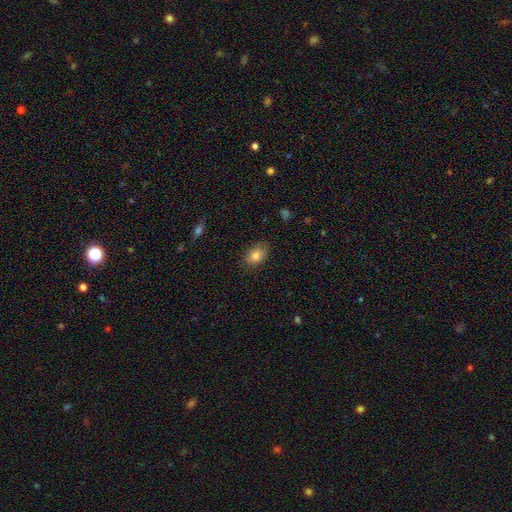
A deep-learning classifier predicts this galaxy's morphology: This is clearly a smooth galaxy (81%). How rounded: clearly in between (80%). Merging: likely none (77%).